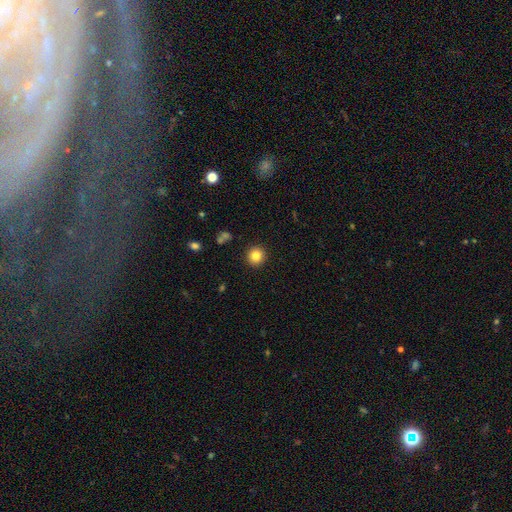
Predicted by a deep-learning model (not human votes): A smooth galaxy with no disk features (84%) that is round (93%).

Vote fractions:
- Smooth or featured? smooth: 84% / star or artifact: 10% / featured or disk: 6%
- How rounded? round: 93% / in between: 6% / cigar-shaped: 1%
- Merging? none: 92% / minor disturbance: 5% / major disturbance: 2% / merger: 1%